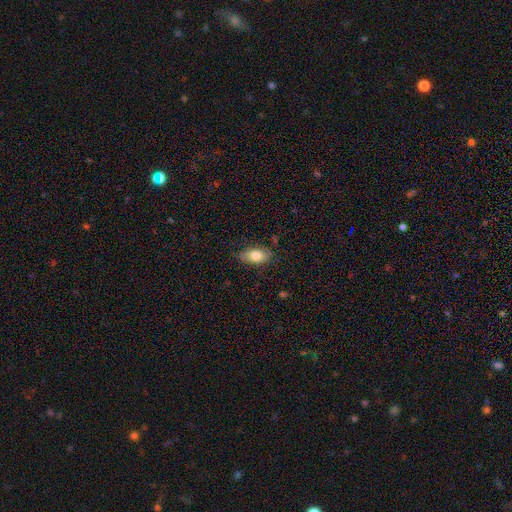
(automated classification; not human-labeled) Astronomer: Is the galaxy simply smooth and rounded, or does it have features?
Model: smooth — 78%.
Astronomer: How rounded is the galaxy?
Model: in between — 91%.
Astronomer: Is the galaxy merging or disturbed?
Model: none — 79%.